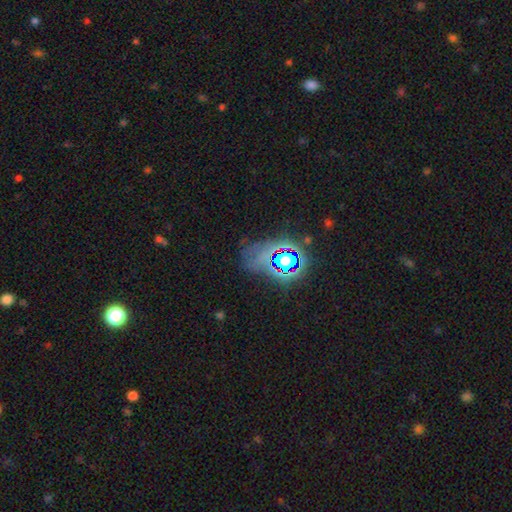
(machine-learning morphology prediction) Q: Smooth or featured?
A: star or artifact (54%); runner-up: smooth (31%)